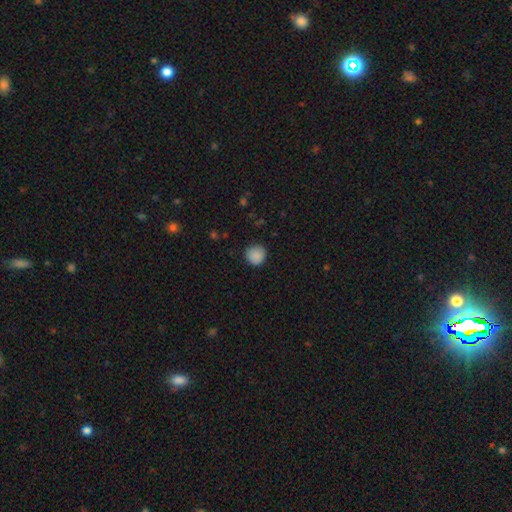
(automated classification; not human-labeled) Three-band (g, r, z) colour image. It shows a smooth galaxy with no disk features (88%) that is round (94%). Merging: none (89%).